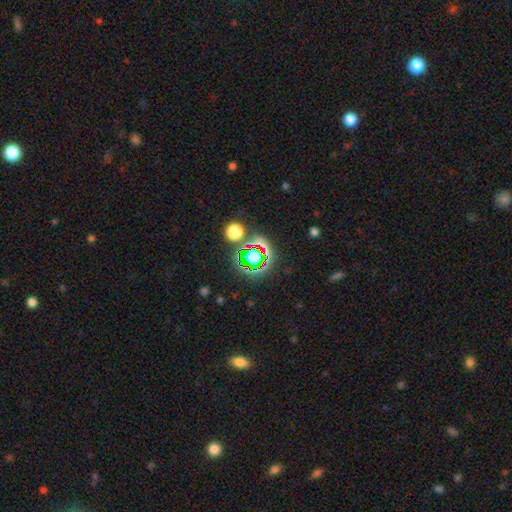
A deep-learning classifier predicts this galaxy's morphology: Overall: star or artifact (64%; smooth 25%).